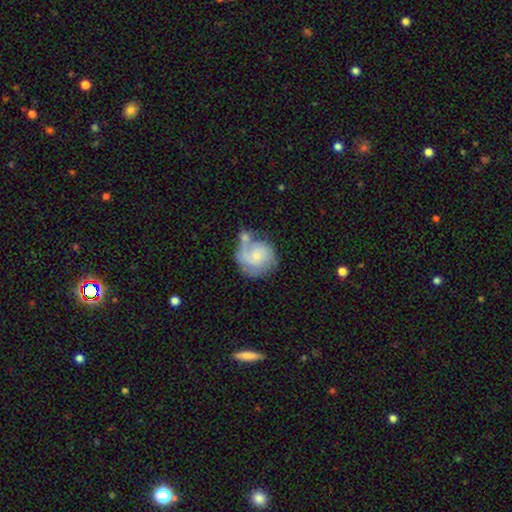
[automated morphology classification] Smooth or featured? featured or disk (66%)
Edge-on disk? no (98%)
Bar? no (70%)
Spiral arms? yes (89%)
Spiral winding? tight (43%)
Spiral arm count? 2 (40%)
Bulge size? small (62%)
Merging? none (44%)